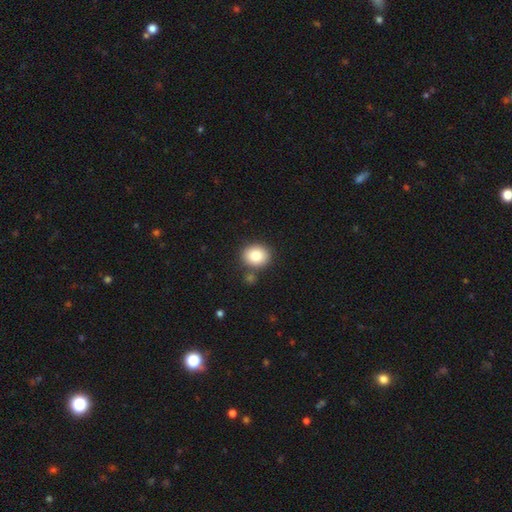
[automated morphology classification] Smooth or featured? Predicted: smooth (p=0.83). How rounded? Predicted: round (p=0.66). Merging? Predicted: none (p=0.80).